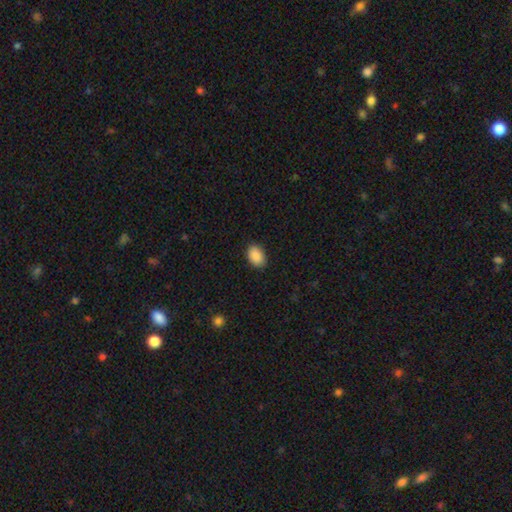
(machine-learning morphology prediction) A smooth galaxy with no disk features (90%) that is in between round and cigar-shaped (87%).

Vote fractions:
- Smooth or featured? smooth: 90% / star or artifact: 7% / featured or disk: 3%
- How rounded? in between: 87% / round: 12% / cigar-shaped: 1%
- Merging? none: 87% / minor disturbance: 10% / major disturbance: 2% / merger: 1%